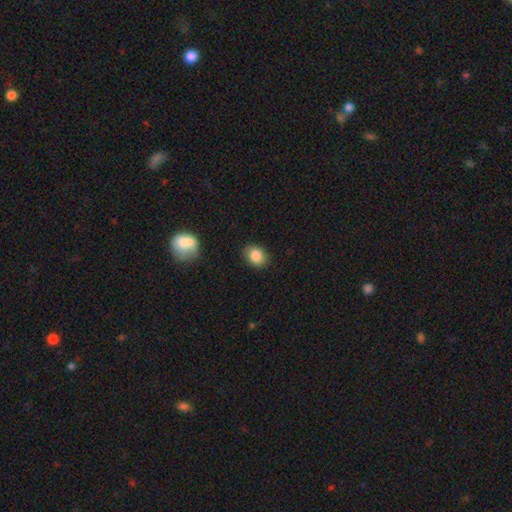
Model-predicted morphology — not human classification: This appears to be a smooth galaxy with no disk features (86%) that is in between round and cigar-shaped (58%). Merging: none (84%).